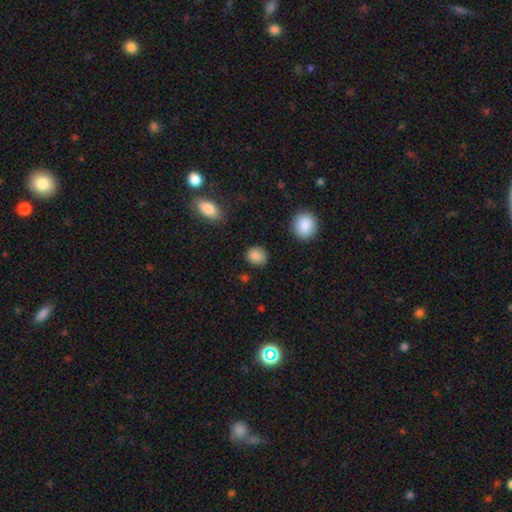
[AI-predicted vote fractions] Overall: smooth (87%). How rounded: round (70%). Merging: none (82%).